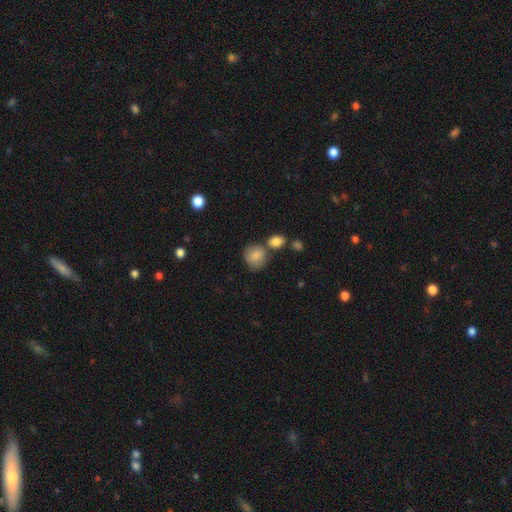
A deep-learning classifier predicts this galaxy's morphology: smooth 83%, featured or disk 9%, star or artifact 8%. Down the decision tree: how rounded — round (78%); merging — none (55%).